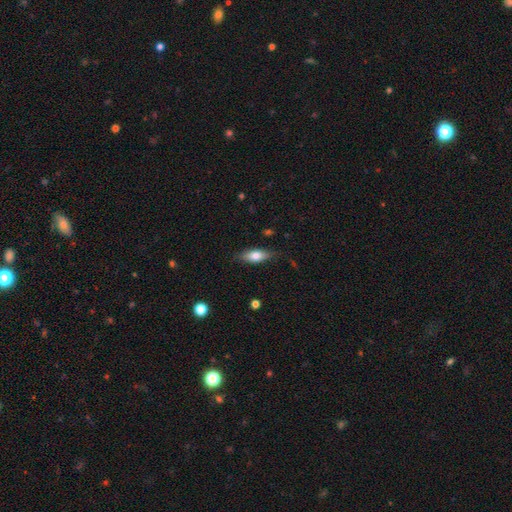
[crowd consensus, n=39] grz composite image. It shows a smooth galaxy with no disk features (77%) that is in between round and cigar-shaped (70%). Merging: none (78%).